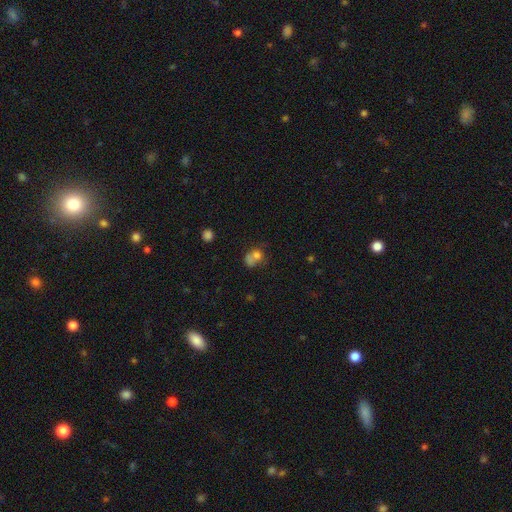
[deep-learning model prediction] Overall: smooth (70%). How rounded: round (58%; in between 41%). Merging: merger (45%; none 28%).